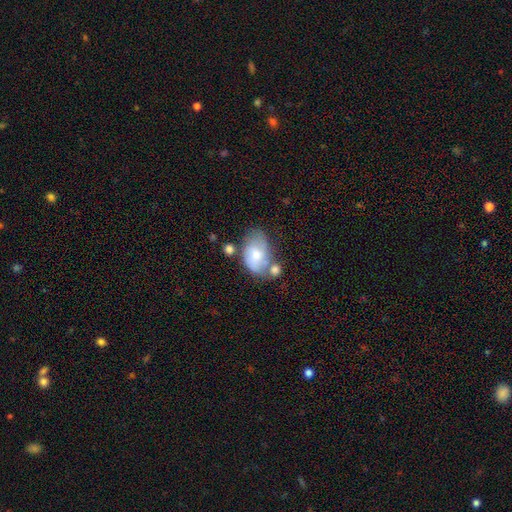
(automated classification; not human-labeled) Smooth or featured? smooth (51%)
How rounded? in between (84%)
Merging? none (38%)